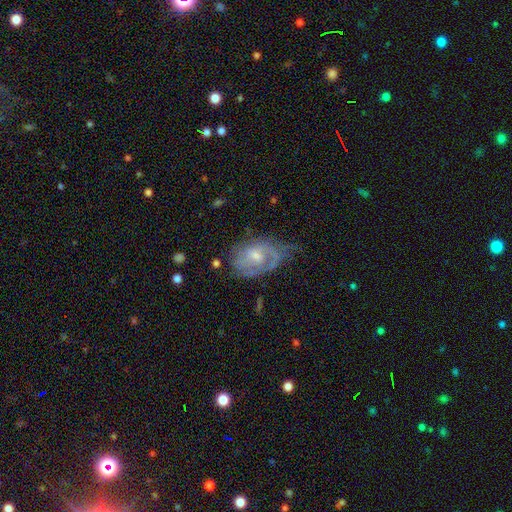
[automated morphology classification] type=featured or disk (72%); edge-on=no (96%); bar=no (57%); spiral arms=yes (81%); winding=tight (47%); arm count=2 (35%); bulge=small (49%); merging=none (44%).